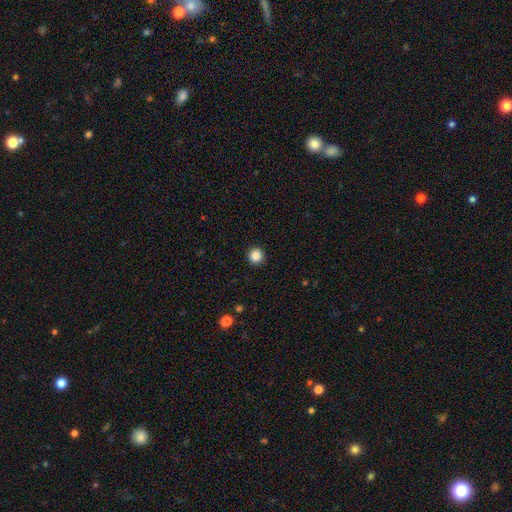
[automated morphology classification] smooth-or-featured: smooth: 85% | star or artifact: 11% | featured or disk: 4%
  how-rounded: round: 95% | in between: 4% | cigar-shaped: 1%
  merging: none: 93% | minor disturbance: 4% | major disturbance: 2% | merger: 1%